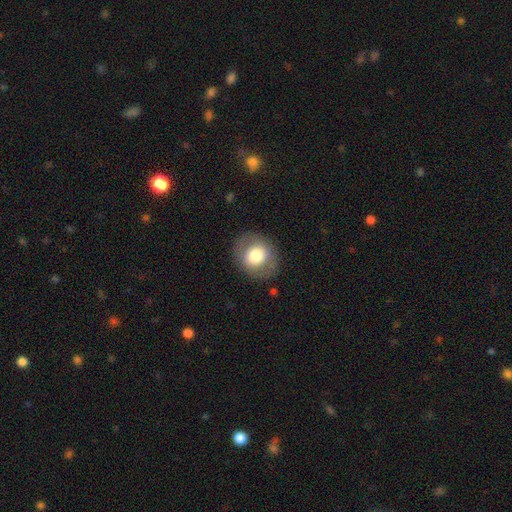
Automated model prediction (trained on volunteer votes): Overall: smooth (70%). How rounded: round (71%). Merging: none (84%).